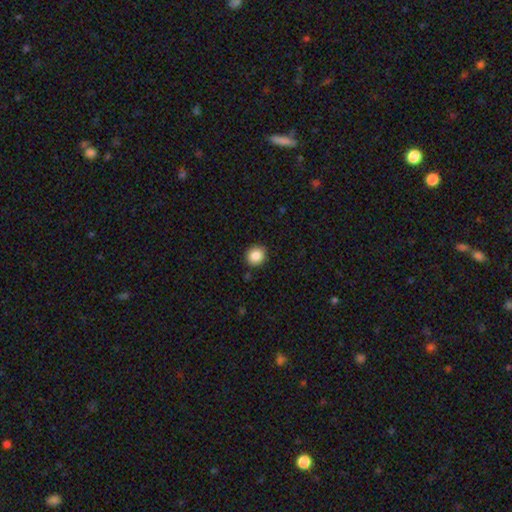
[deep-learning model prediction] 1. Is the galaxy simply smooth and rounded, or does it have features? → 87% smooth, 9% star or artifact, 4% featured or disk.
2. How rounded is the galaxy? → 84% round, 15% in between, 1% cigar-shaped.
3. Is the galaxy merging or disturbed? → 89% none, 7% minor disturbance, 2% major disturbance, 1% merger.